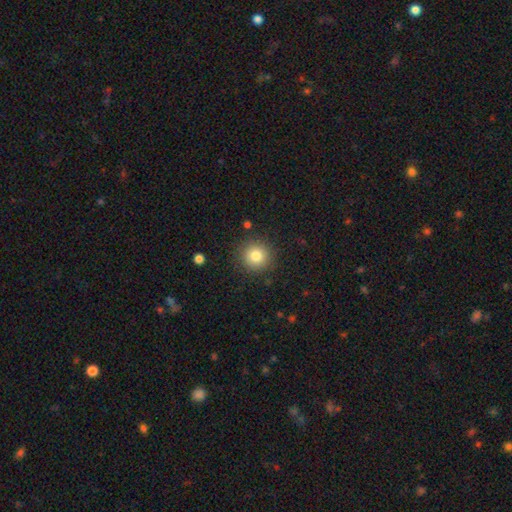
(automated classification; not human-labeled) Overall: smooth (83%). How rounded: round (94%). Merging: none (88%).